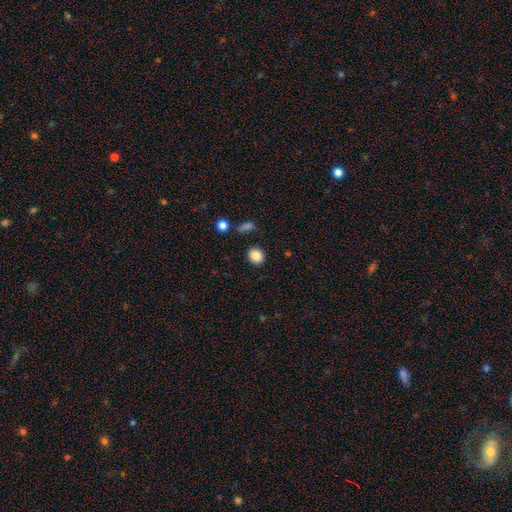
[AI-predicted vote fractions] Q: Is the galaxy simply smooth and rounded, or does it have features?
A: smooth — 85%.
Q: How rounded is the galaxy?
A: round — 77%.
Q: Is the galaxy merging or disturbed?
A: none — 86%.